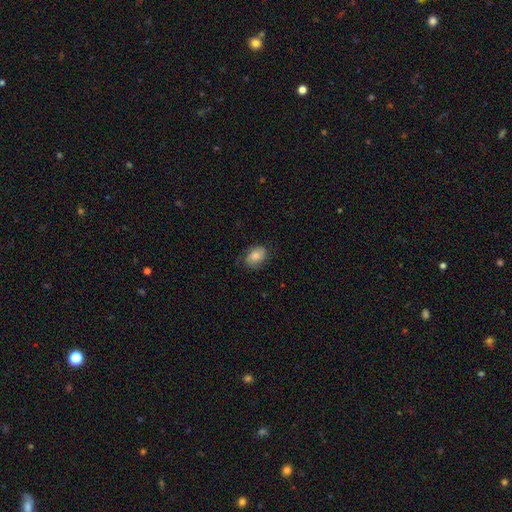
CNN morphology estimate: Q: Smooth or featured?
A: smooth (68%); runner-up: featured or disk (24%)
Q: How rounded?
A: in between (77%); runner-up: round (22%)
Q: Merging?
A: none (69%); runner-up: minor disturbance (22%)